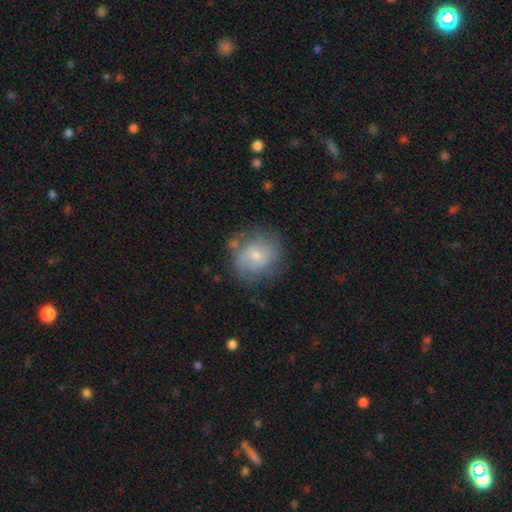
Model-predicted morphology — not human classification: Q: Smooth or featured?
A: smooth (56%); runner-up: featured or disk (36%)
Q: How rounded?
A: round (72%); runner-up: in between (27%)
Q: Merging?
A: none (64%); runner-up: minor disturbance (23%)